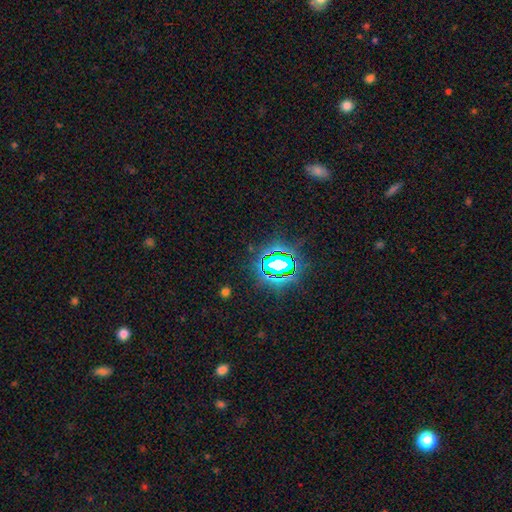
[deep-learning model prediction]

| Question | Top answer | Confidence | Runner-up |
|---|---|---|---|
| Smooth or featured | star or artifact | 78% | smooth (15%) |